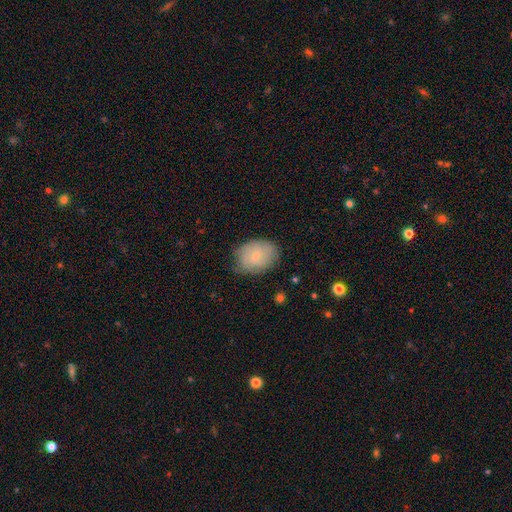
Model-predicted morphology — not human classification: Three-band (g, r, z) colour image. It shows a smooth galaxy with no disk features (64%) that is in between round and cigar-shaped (66%). Merging: none (70%).